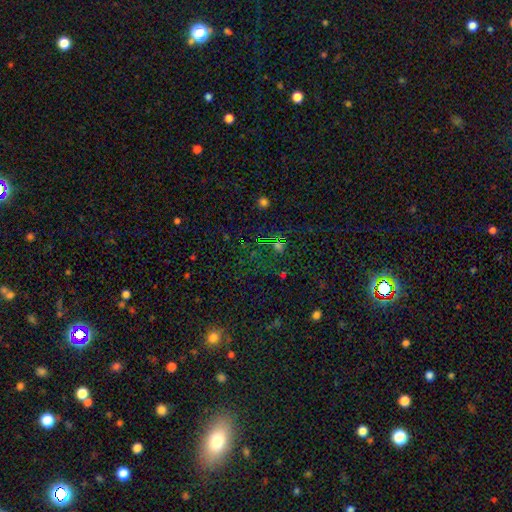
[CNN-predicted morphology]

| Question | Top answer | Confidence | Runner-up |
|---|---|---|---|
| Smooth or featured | star or artifact | 69% | smooth (22%) |